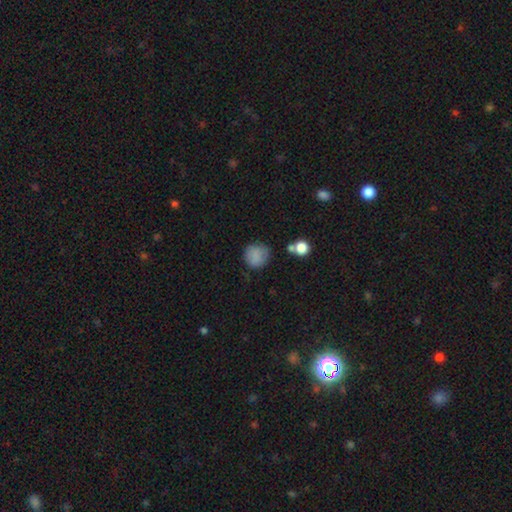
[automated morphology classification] A smooth galaxy with no disk features (80%) that is round (88%).

Vote fractions:
- Smooth or featured? smooth: 80% / star or artifact: 10% / featured or disk: 10%
- How rounded? round: 88% / in between: 11% / cigar-shaped: 1%
- Merging? none: 68% / minor disturbance: 19% / major disturbance: 7% / merger: 6%